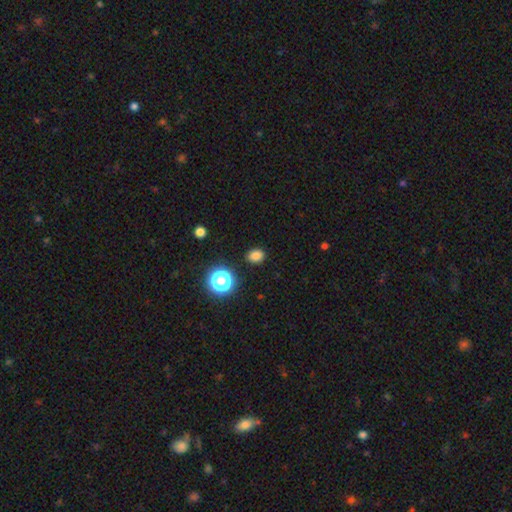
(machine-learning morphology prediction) A smooth galaxy with no disk features (79%) that is in between round and cigar-shaped (54%).

Vote fractions:
- Smooth or featured? smooth: 79% / star or artifact: 17% / featured or disk: 4%
- How rounded? in between: 54% / round: 45% / cigar-shaped: 1%
- Merging? none: 87% / minor disturbance: 8% / major disturbance: 3% / merger: 2%